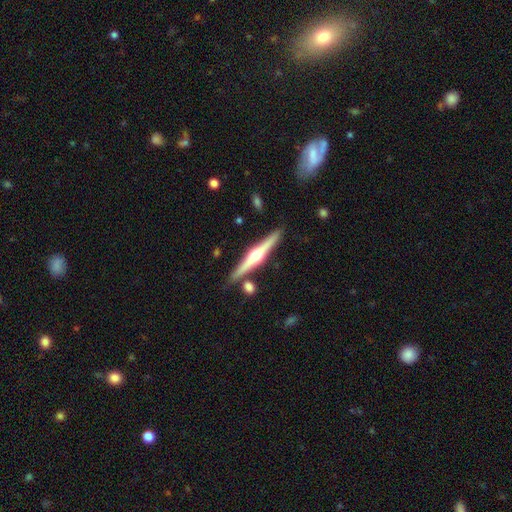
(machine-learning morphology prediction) Smooth or featured: featured or disk — 77% (smooth — 18%)
Edge-on disk: yes — 98% (no — 2%)
Edge-on bulge: rounded — 94% (boxy — 4%)
Merging: none — 85% (minor disturbance — 8%)